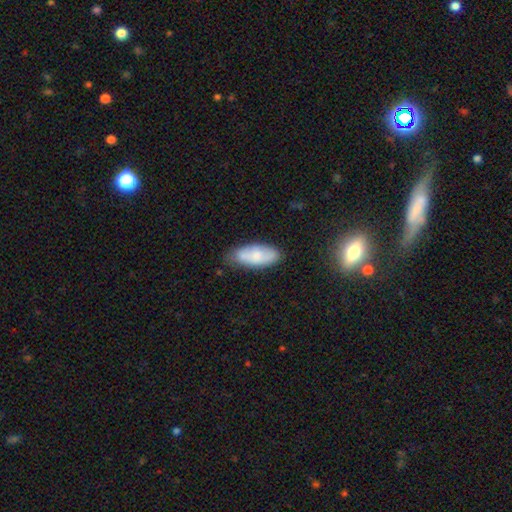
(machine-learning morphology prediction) Smooth or featured: smooth — 70% (featured or disk — 24%)
How rounded: in between — 86% (cigar-shaped — 12%)
Merging: none — 64% (minor disturbance — 26%)